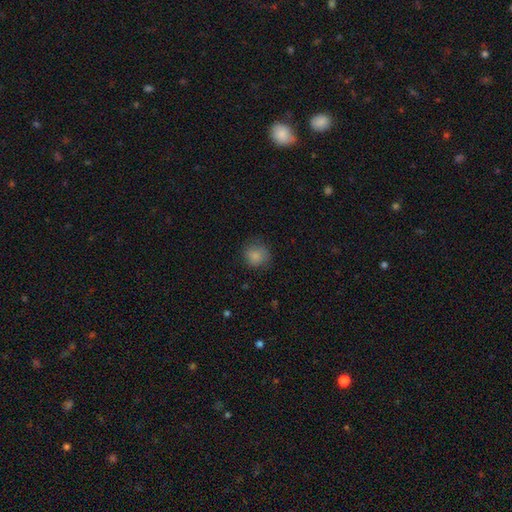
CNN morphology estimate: smooth 83%, star or artifact 9%, featured or disk 8%. Down the decision tree: how rounded — round (88%); merging — none (77%).